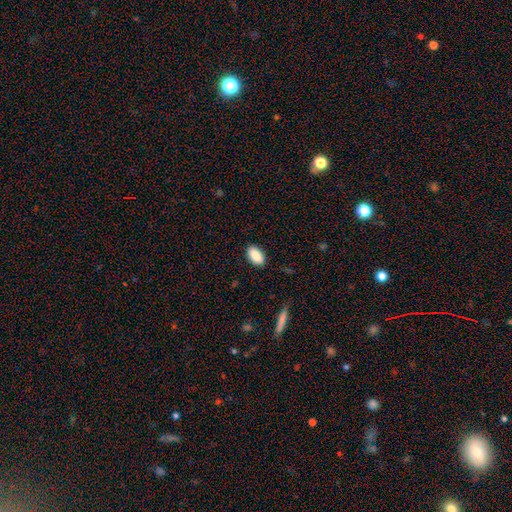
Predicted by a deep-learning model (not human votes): Smooth or featured? smooth (89%)
How rounded? in between (94%)
Merging? none (88%)